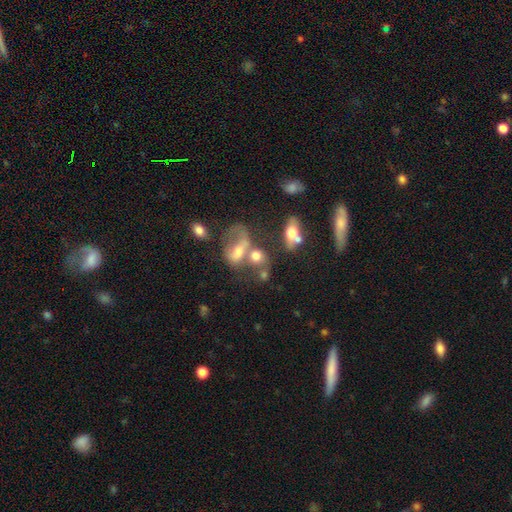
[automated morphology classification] The model was most divided on "how rounded": in between: 61%, round: 36%, cigar-shaped: 3%. More confident: smooth or featured — smooth (58%); merging — merger (51%).